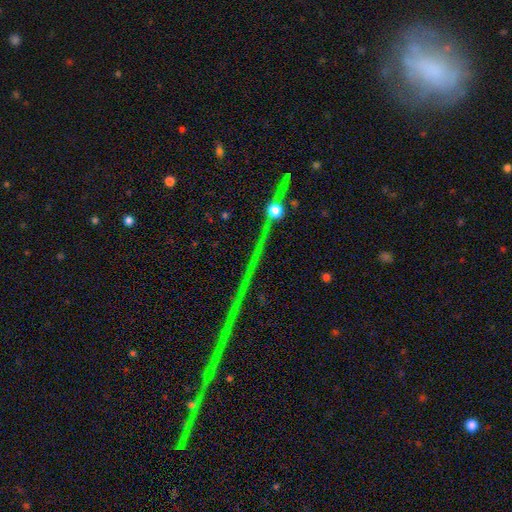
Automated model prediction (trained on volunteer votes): Morphology: type=star or artifact (73%).